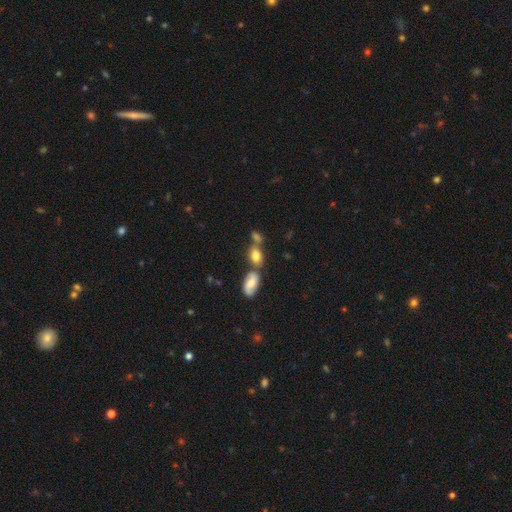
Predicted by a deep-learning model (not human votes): Q: Smooth or featured?
A: smooth (73%); runner-up: featured or disk (17%)
Q: How rounded?
A: in between (78%); runner-up: round (15%)
Q: Merging?
A: none (42%); runner-up: merger (40%)